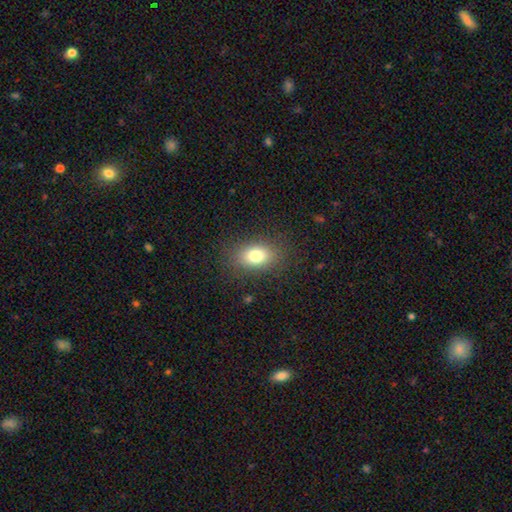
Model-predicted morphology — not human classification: A smooth galaxy with no disk features (78%) that is in between round and cigar-shaped (78%).

Vote fractions:
- Smooth or featured? smooth: 78% / star or artifact: 11% / featured or disk: 11%
- How rounded? in between: 78% / round: 20% / cigar-shaped: 2%
- Merging? none: 85% / minor disturbance: 10% / major disturbance: 4% / merger: 1%